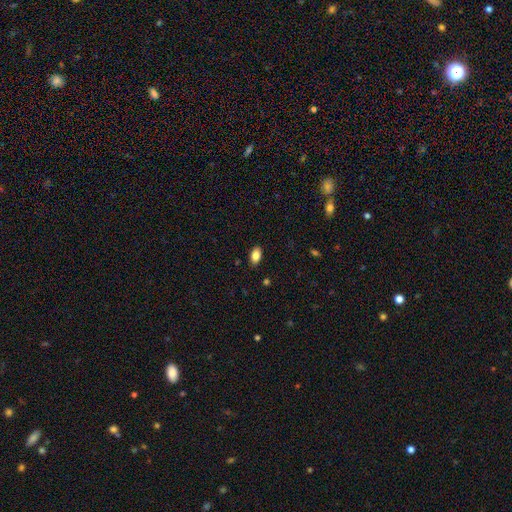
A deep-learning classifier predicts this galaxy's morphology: Smooth or featured? Predicted: smooth (p=0.85). How rounded? Predicted: in between (p=0.91). Merging? Predicted: none (p=0.88).